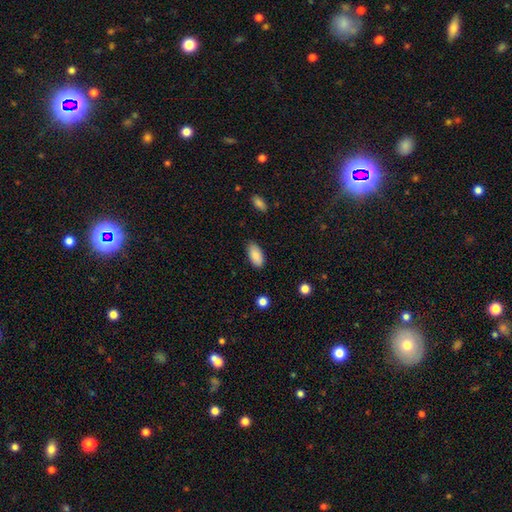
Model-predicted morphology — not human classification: Smooth or featured: smooth — 88% (star or artifact — 7%)
How rounded: in between — 93% (cigar-shaped — 5%)
Merging: none — 85% (minor disturbance — 11%)